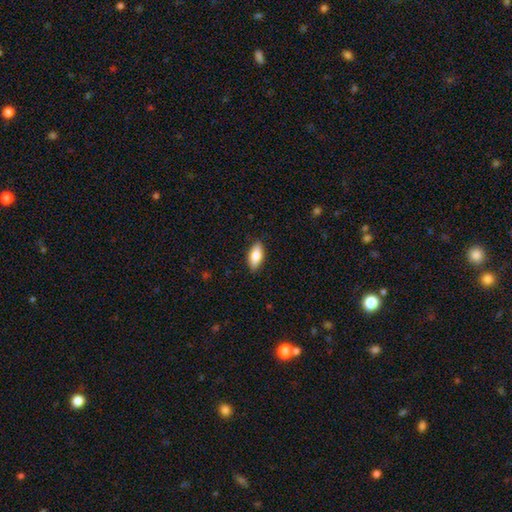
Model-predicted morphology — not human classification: Smooth or featured?
  - smooth: 75% *
  - featured or disk: 19%
  - star or artifact: 6%
How rounded?
  - in between: 81% *
  - cigar-shaped: 16%
  - round: 3%
Merging?
  - none: 87% *
  - minor disturbance: 10%
  - major disturbance: 2%
  - merger: 1%